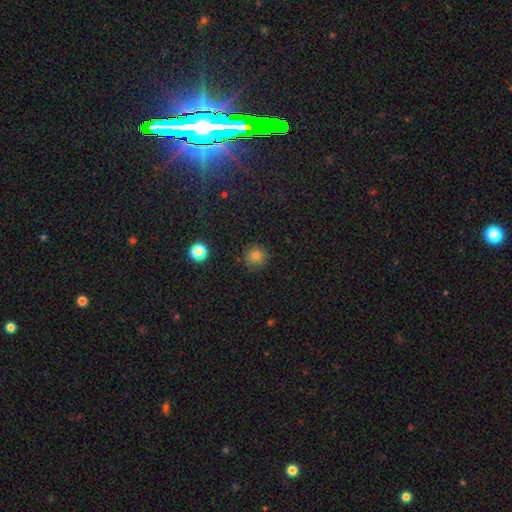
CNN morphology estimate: This is clearly a smooth galaxy (81%). How rounded: clearly round (94%). Merging: clearly none (88%).